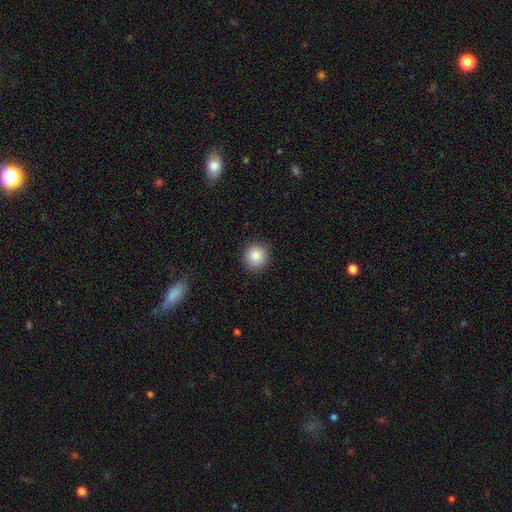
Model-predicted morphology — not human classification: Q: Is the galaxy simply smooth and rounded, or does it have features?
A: smooth — 86%.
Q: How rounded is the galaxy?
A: round — 93%.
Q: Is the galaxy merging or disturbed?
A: none — 90%.